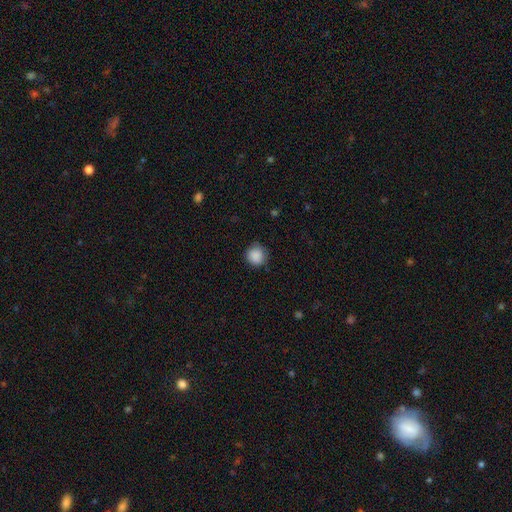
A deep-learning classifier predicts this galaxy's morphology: A smooth galaxy with no disk features (88%) that is round (93%). Merging: none (84%).